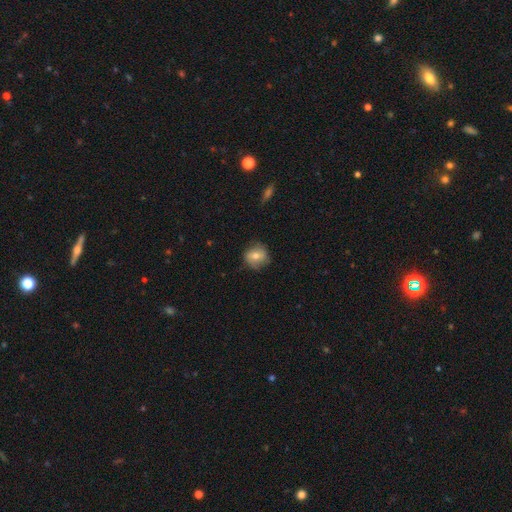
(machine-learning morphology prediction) The model was most divided on "smooth or featured": smooth: 67%, featured or disk: 24%, star or artifact: 9%. More confident: how rounded — round (83%); merging — none (77%).